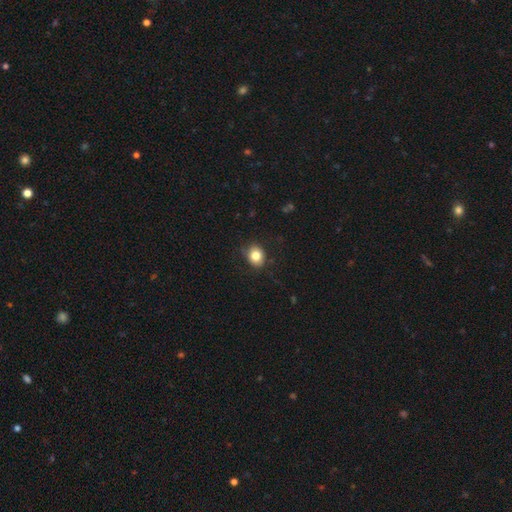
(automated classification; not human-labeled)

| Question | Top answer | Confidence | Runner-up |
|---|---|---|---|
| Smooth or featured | smooth | 82% | star or artifact (10%) |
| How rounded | round | 57% | in between (42%) |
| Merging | none | 80% | minor disturbance (15%) |